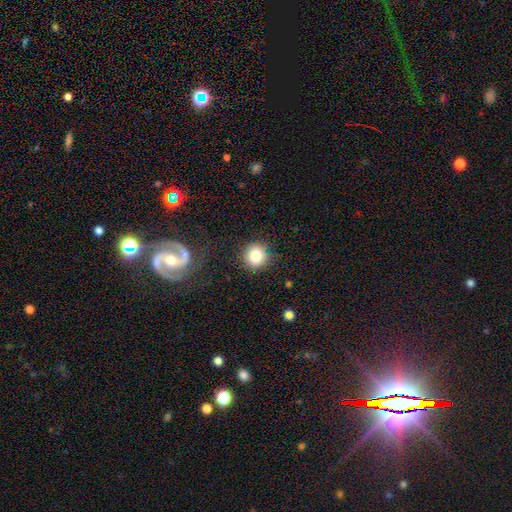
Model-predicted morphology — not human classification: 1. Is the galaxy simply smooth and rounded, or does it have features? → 82% smooth, 11% star or artifact, 8% featured or disk.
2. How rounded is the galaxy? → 91% round, 8% in between, 1% cigar-shaped.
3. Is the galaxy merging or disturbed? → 84% none, 10% minor disturbance, 4% major disturbance, 2% merger.